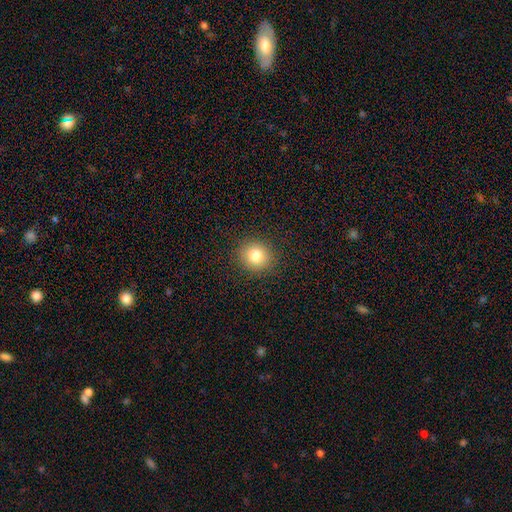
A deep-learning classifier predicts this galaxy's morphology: A smooth galaxy with no disk features (81%) that is round (88%).

Vote fractions:
- Smooth or featured? smooth: 81% / star or artifact: 11% / featured or disk: 8%
- How rounded? round: 88% / in between: 11% / cigar-shaped: 1%
- Merging? none: 91% / minor disturbance: 6% / major disturbance: 2% / merger: 1%